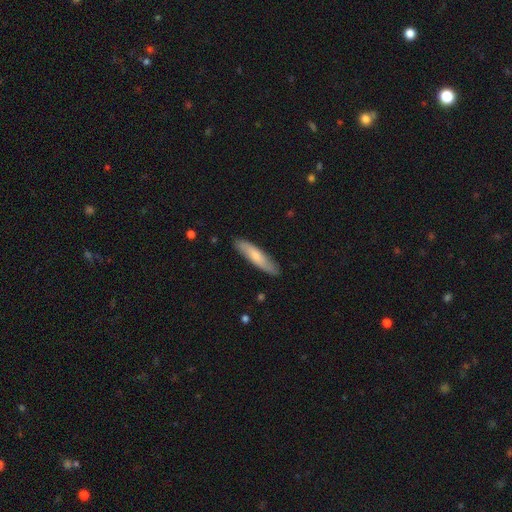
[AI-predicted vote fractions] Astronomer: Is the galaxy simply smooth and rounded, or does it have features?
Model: smooth — 70%.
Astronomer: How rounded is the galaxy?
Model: cigar-shaped — 78%.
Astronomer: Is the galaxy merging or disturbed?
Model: none — 87%.